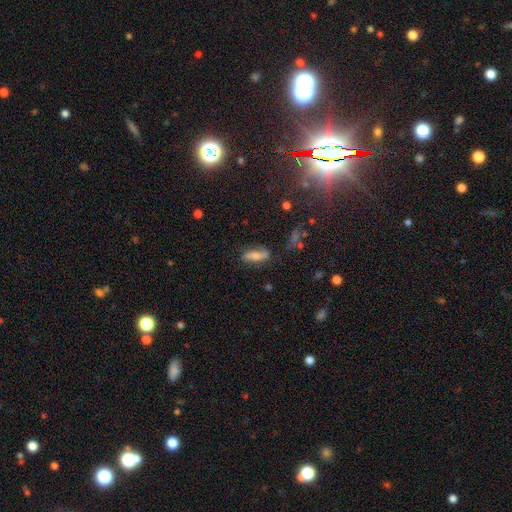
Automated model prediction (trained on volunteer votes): Smooth or featured?
  - smooth: 57% *
  - featured or disk: 34%
  - star or artifact: 10%
How rounded?
  - in between: 65% *
  - cigar-shaped: 32%
  - round: 4%
Merging?
  - none: 65% *
  - minor disturbance: 22%
  - major disturbance: 9%
  - merger: 4%